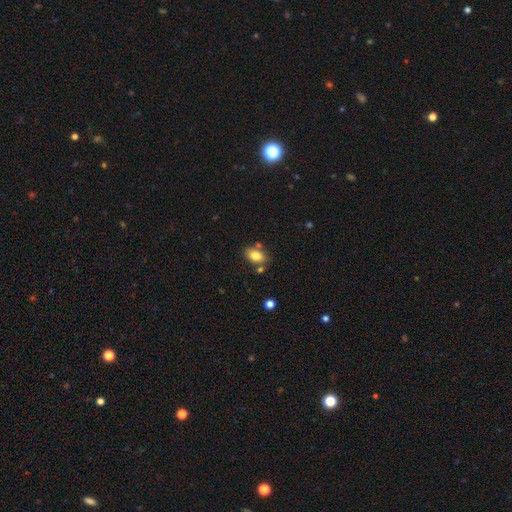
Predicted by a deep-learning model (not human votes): This appears to be a smooth galaxy with no disk features (81%) that is in between round and cigar-shaped (83%). Merging: none (71%).